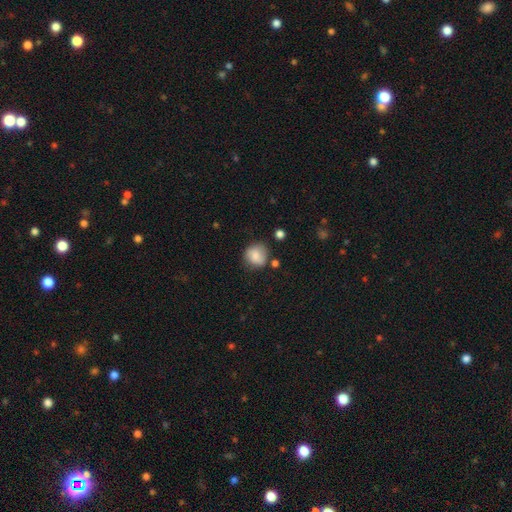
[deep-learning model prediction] This is likely a smooth galaxy (79%). How rounded: clearly round (83%). Merging: likely none (69%).